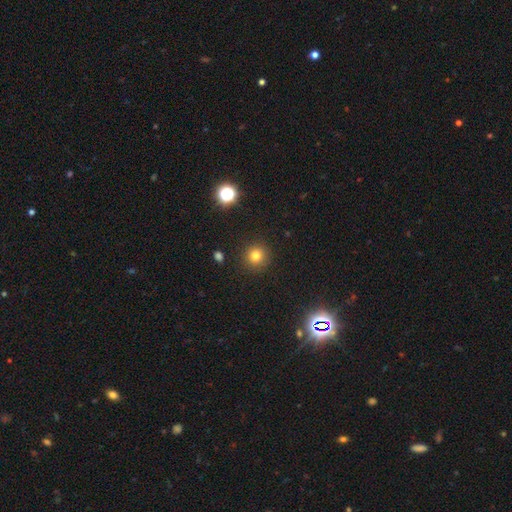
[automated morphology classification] A smooth galaxy with no disk features (78%) that is round (94%). Merging: none (90%).